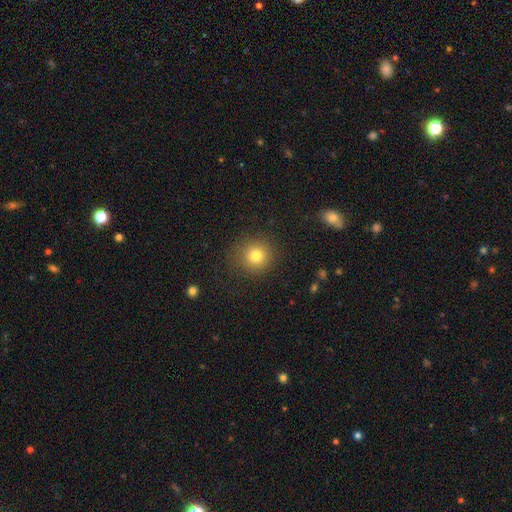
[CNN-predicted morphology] type=smooth (79%); roundness=round (92%); merging=none (86%).